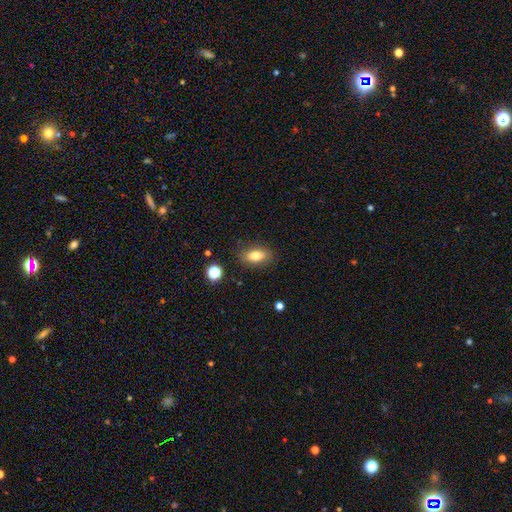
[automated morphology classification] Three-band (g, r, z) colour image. It shows a smooth galaxy with no disk features (77%) that is in between round and cigar-shaped (85%). Merging: none (84%).